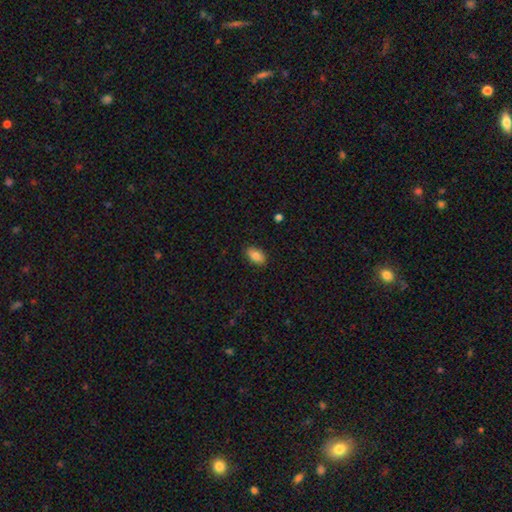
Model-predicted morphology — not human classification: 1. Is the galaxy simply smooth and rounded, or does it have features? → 82% smooth, 11% featured or disk, 7% star or artifact.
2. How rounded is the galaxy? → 92% in between, 6% round, 3% cigar-shaped.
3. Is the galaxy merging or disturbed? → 87% none, 10% minor disturbance, 2% major disturbance, 1% merger.